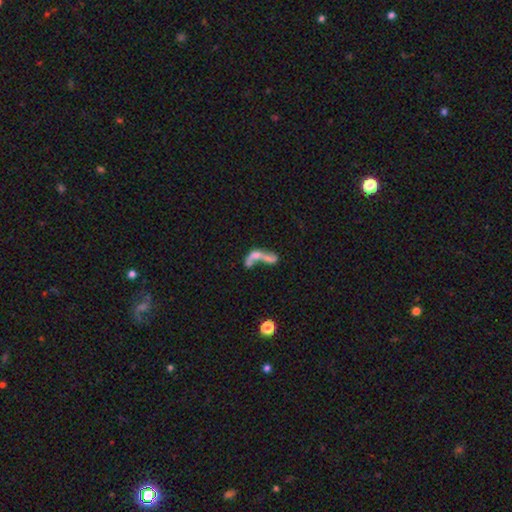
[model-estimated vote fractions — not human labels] This appears to be a featured or disk galaxy (52%). Merging: merger (51%).